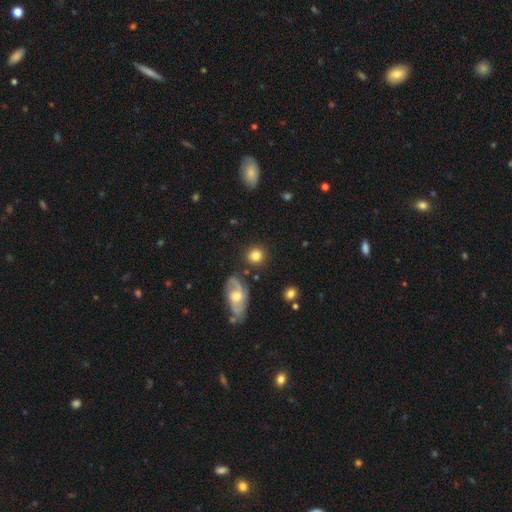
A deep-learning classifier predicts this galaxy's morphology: A smooth galaxy with no disk features (78%) that is round (88%).

Vote fractions:
- Smooth or featured? smooth: 78% / featured or disk: 12% / star or artifact: 10%
- How rounded? round: 88% / in between: 10% / cigar-shaped: 1%
- Merging? none: 83% / minor disturbance: 9% / merger: 5% / major disturbance: 3%